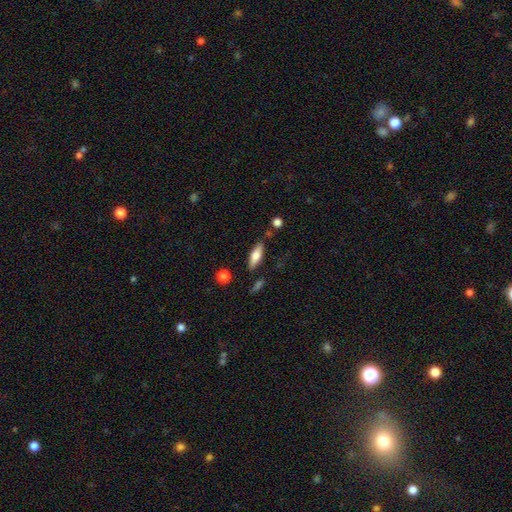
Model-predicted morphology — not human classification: A smooth galaxy with no disk features (68%) that is in between round and cigar-shaped (57%).

Vote fractions:
- Smooth or featured? smooth: 68% / featured or disk: 25% / star or artifact: 7%
- How rounded? in between: 57% / cigar-shaped: 40% / round: 2%
- Merging? none: 80% / minor disturbance: 13% / merger: 4% / major disturbance: 3%